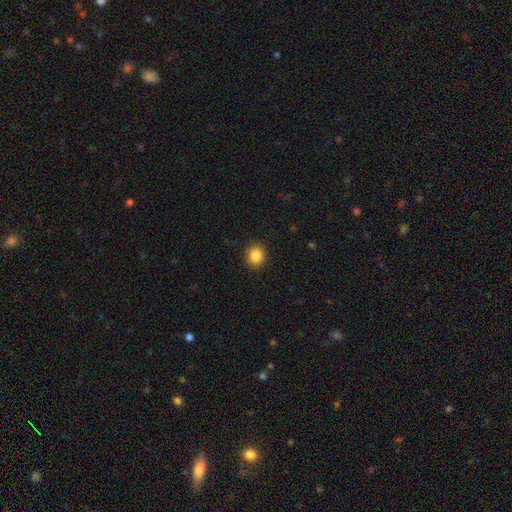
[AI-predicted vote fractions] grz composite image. It shows a smooth galaxy with no disk features (86%) that is round (71%). Merging: none (90%).